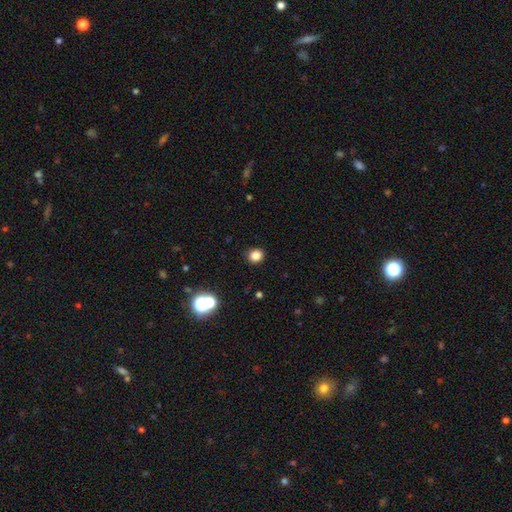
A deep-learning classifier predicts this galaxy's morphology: This is clearly a smooth galaxy (82%). How rounded: clearly round (82%). Merging: clearly none (90%).